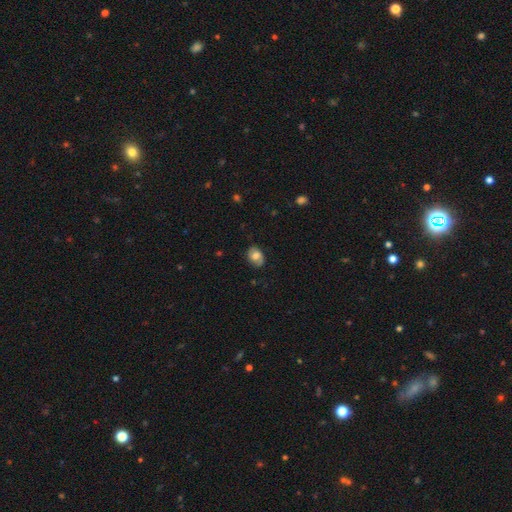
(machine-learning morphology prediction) smooth 65%, featured or disk 27%, star or artifact 8%. Down the decision tree: how rounded — in between (70%); merging — none (77%).